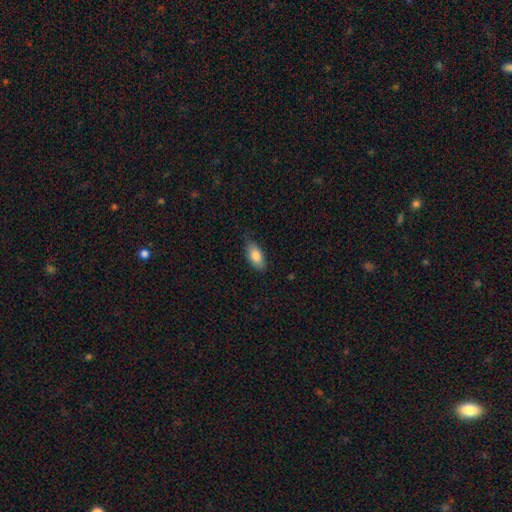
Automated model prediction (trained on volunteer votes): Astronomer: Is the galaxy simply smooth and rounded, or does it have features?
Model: smooth — 82%.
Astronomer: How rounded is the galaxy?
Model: in between — 89%.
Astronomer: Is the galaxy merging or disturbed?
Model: none — 74%.